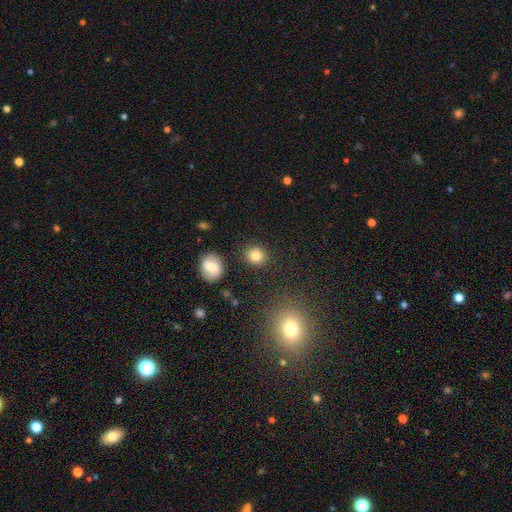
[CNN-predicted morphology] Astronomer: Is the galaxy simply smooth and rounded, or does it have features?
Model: smooth — 83%.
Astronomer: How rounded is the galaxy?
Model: round — 78%.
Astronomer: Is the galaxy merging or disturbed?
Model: none — 87%.